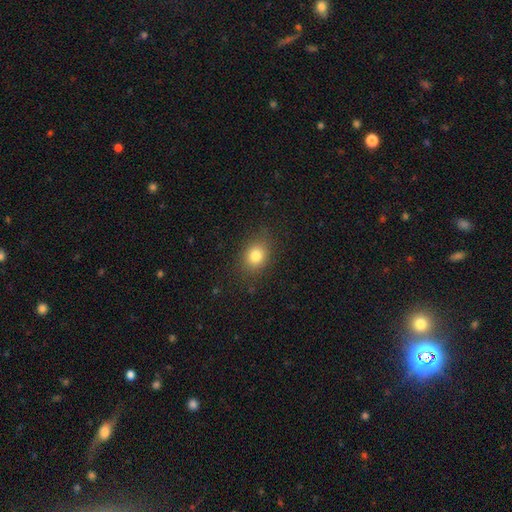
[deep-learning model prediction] A smooth galaxy with no disk features (80%) that is in between round and cigar-shaped (51%).

Vote fractions:
- Smooth or featured? smooth: 80% / star or artifact: 11% / featured or disk: 8%
- How rounded? in between: 51% / round: 48% / cigar-shaped: 1%
- Merging? none: 83% / minor disturbance: 12% / major disturbance: 4% / merger: 1%